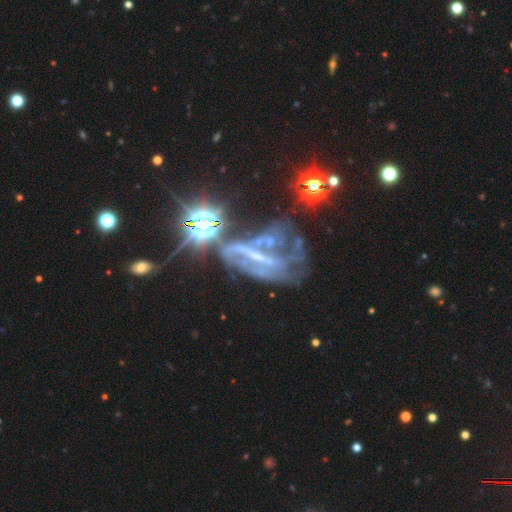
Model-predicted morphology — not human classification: Smooth or featured: featured or disk — 63% (star or artifact — 28%)
Edge-on disk: no — 88% (yes — 12%)
Bar: strong — 41% (no — 32%)
Spiral arms: yes — 56% (no — 44%)
Bulge size: small — 48% (none — 32%)
Merging: major disturbance — 40% (none — 23%)